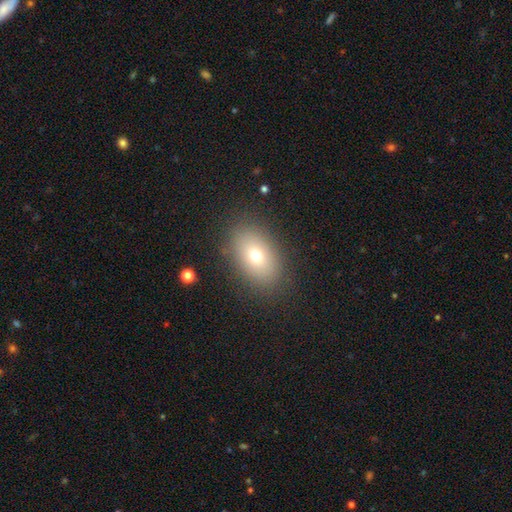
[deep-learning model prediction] A smooth galaxy with no disk features (70%) that is in between round and cigar-shaped (80%).

Vote fractions:
- Smooth or featured? smooth: 70% / featured or disk: 16% / star or artifact: 13%
- How rounded? in between: 80% / round: 19% / cigar-shaped: 1%
- Merging? none: 85% / minor disturbance: 9% / major disturbance: 5% / merger: 1%